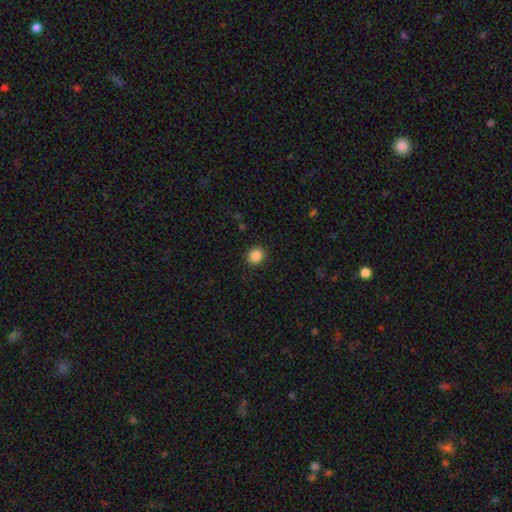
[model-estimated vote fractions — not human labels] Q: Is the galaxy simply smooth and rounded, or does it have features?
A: smooth — 86%.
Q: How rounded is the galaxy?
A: round — 84%.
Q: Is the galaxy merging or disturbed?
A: none — 90%.